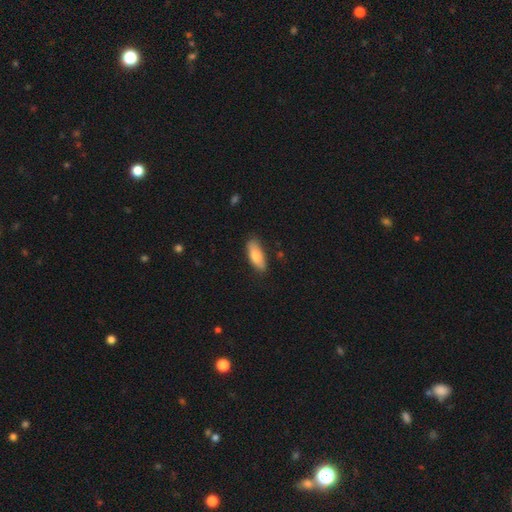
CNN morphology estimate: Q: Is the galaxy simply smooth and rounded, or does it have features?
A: smooth — 79%.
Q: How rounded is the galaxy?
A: in between — 71%.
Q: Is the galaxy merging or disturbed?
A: none — 80%.